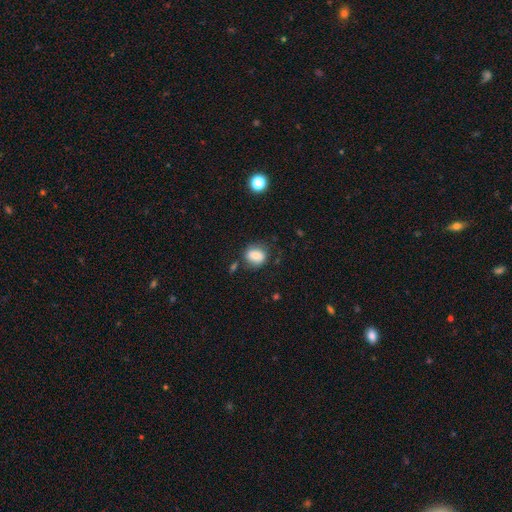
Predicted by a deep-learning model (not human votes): Morphology: type=smooth (76%); roundness=round (61%); merging=none (69%).